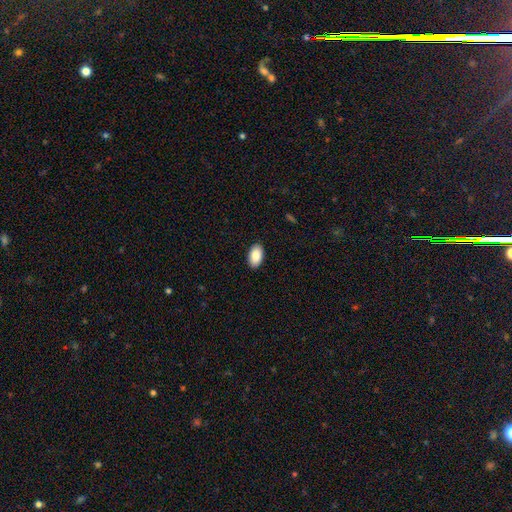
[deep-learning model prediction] A smooth galaxy with no disk features (88%) that is in between round and cigar-shaped (95%). Merging: none (90%).